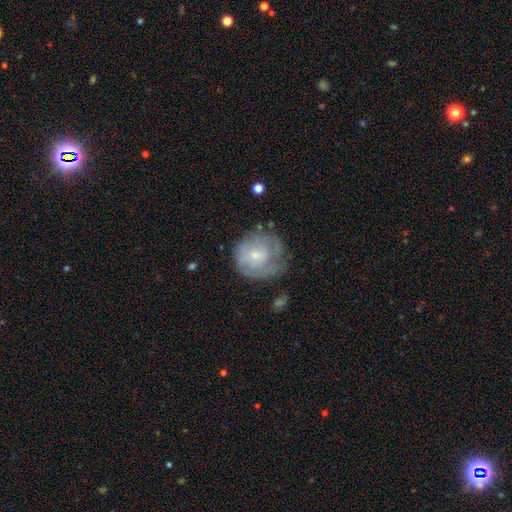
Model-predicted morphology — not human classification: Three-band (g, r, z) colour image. It shows a smooth galaxy with no disk features (47%). Merging: none (48%).